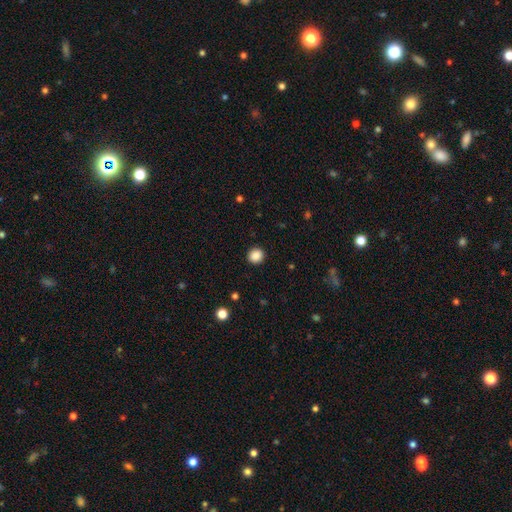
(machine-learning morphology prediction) Smooth or featured?
  - smooth: 88% *
  - star or artifact: 10%
  - featured or disk: 2%
How rounded?
  - round: 89% *
  - in between: 10%
  - cigar-shaped: 1%
Merging?
  - none: 92% *
  - minor disturbance: 5%
  - major disturbance: 2%
  - merger: 1%